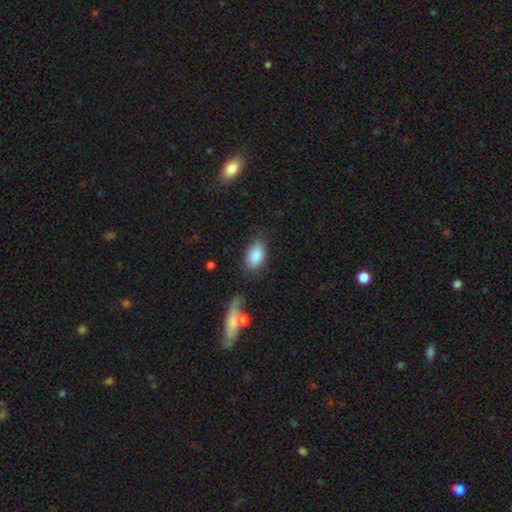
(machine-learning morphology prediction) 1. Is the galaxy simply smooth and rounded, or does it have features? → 86% smooth, 7% star or artifact, 6% featured or disk.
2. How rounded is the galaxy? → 91% in between, 7% round, 2% cigar-shaped.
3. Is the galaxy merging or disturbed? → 72% none, 18% minor disturbance, 6% major disturbance, 4% merger.